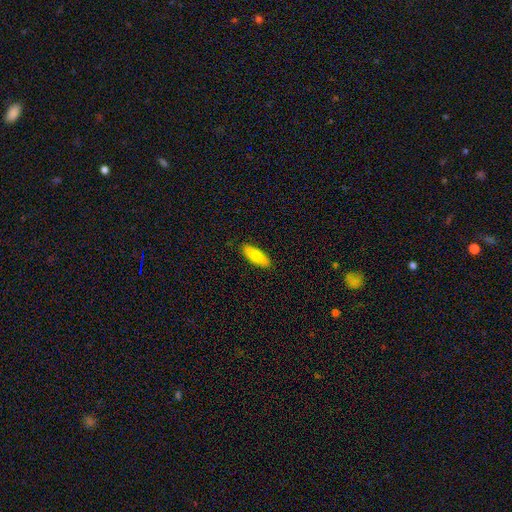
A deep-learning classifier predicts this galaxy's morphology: The model was most divided on "how rounded": in between: 63%, cigar-shaped: 35%, round: 2%. More confident: merging — none (89%); smooth or featured — smooth (83%).